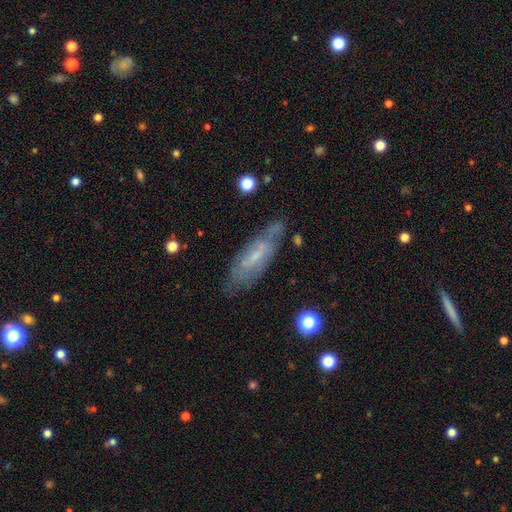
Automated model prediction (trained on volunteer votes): The model was most divided on "smooth or featured": featured or disk: 57%, smooth: 35%, star or artifact: 8%. More confident: edge-on disk — no (73%); merging — none (66%).